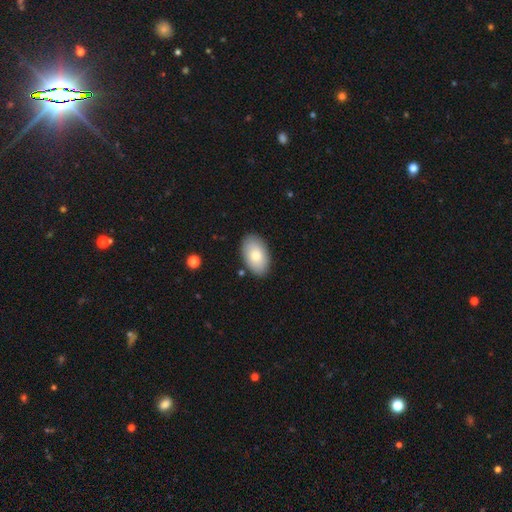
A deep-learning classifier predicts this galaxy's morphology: smooth 79%, featured or disk 15%, star or artifact 6%. Down the decision tree: how rounded — in between (94%); merging — none (87%).